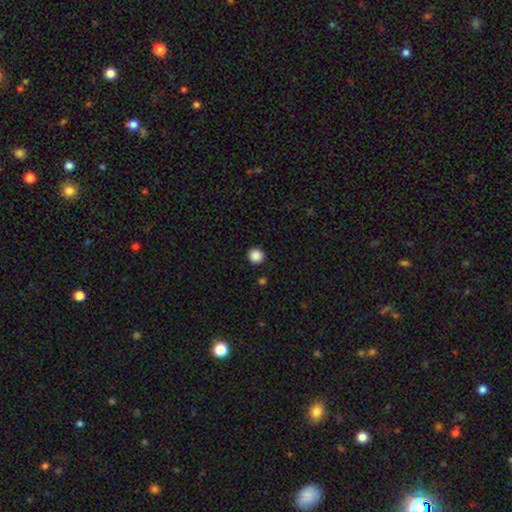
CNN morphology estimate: This is clearly a smooth galaxy (88%). How rounded: clearly round (94%). Merging: clearly none (92%).